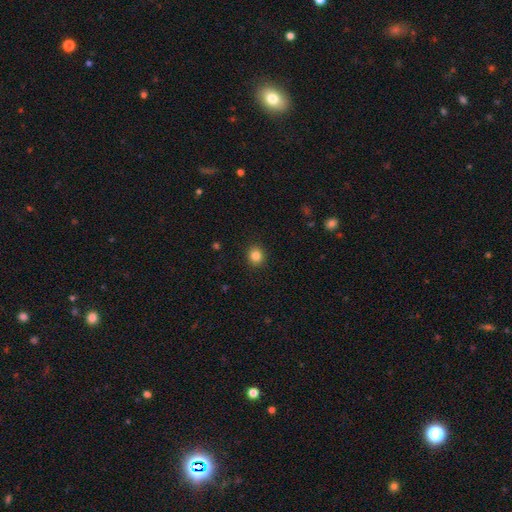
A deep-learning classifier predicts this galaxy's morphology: The model was most divided on "how rounded": round: 85%, in between: 14%, cigar-shaped: 1%. More confident: merging — none (91%); smooth or featured — smooth (84%).